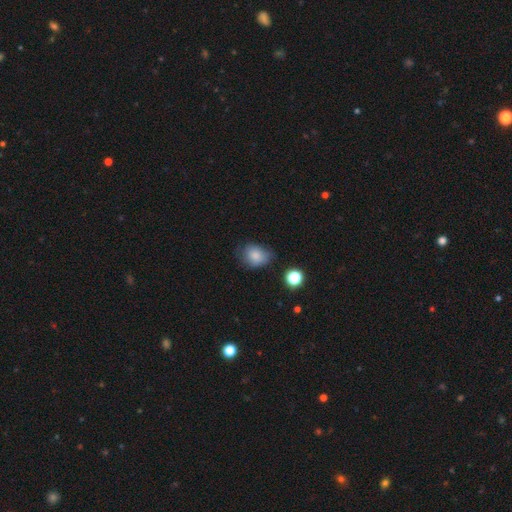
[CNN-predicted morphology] The model was most divided on "how rounded": in between: 54%, round: 45%, cigar-shaped: 1%. More confident: smooth or featured — smooth (81%); merging — none (56%).